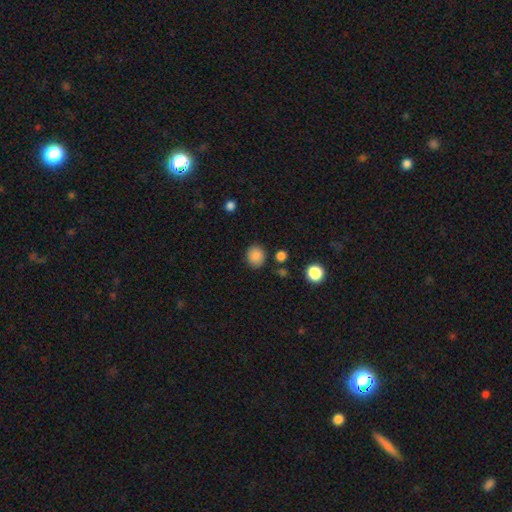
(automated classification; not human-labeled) Smooth or featured?
  - smooth: 86% *
  - star or artifact: 10%
  - featured or disk: 5%
How rounded?
  - round: 77% *
  - in between: 22%
  - cigar-shaped: 1%
Merging?
  - none: 84% *
  - minor disturbance: 10%
  - major disturbance: 3%
  - merger: 3%